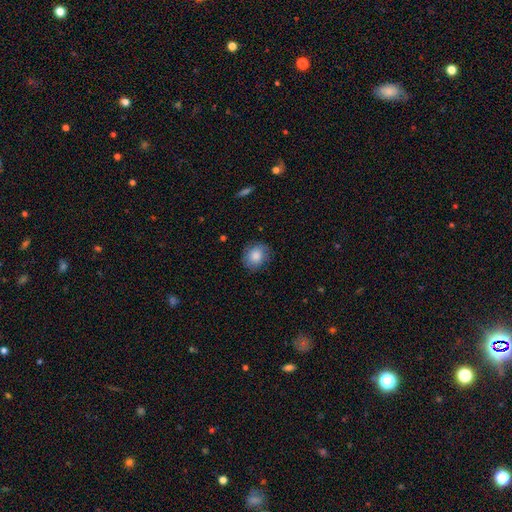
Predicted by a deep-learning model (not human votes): Morphology: type=smooth (82%); roundness=round (71%); merging=none (79%).